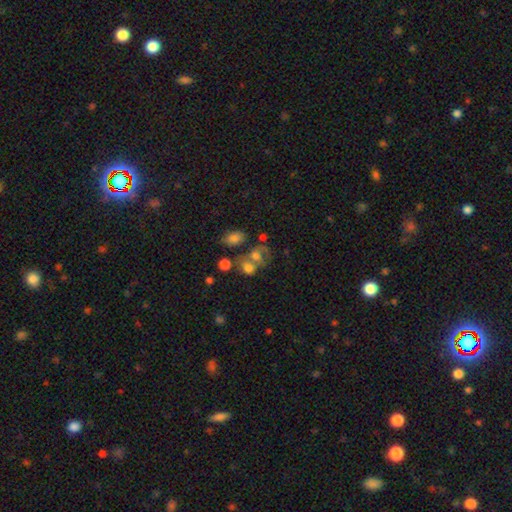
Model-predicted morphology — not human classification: Smooth or featured? smooth (58%)
How rounded? in between (52%)
Merging? merger (48%)